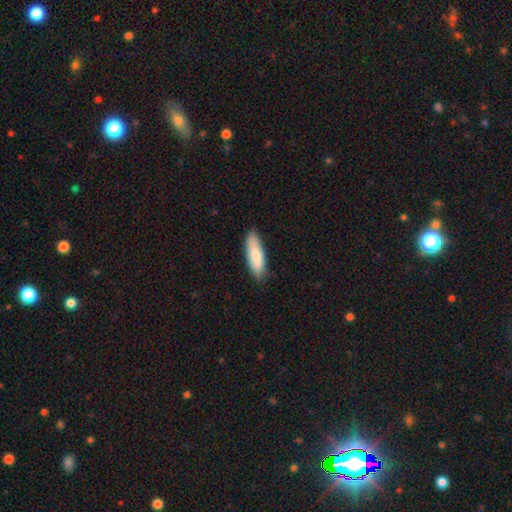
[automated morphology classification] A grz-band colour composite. It shows a smooth galaxy with no disk features (80%) that is in between round and cigar-shaped (52%). Merging: none (84%).